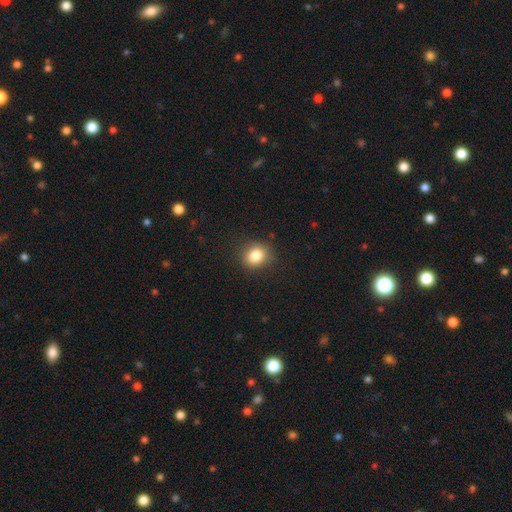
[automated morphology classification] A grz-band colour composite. It shows a smooth galaxy with no disk features (83%) that is round (66%). Merging: none (84%).